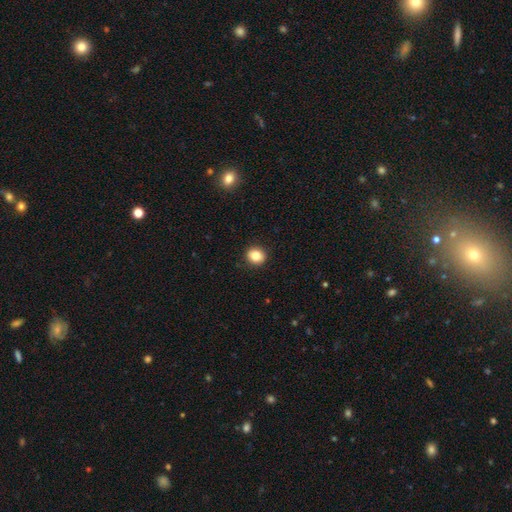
This is clearly a smooth galaxy (84%). How rounded: clearly round (81%). Merging: clearly none (91%).